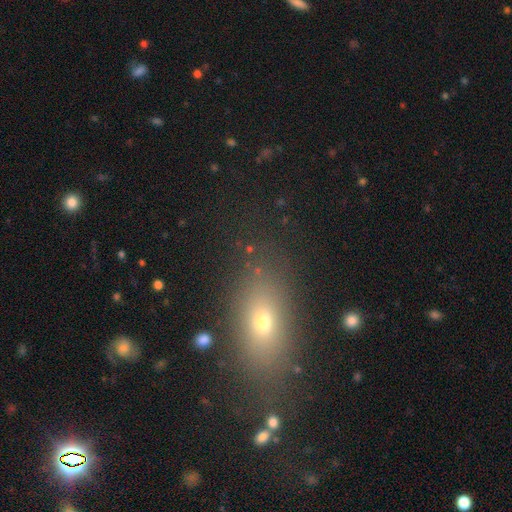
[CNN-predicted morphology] Smooth or featured? smooth (63%)
How rounded? in between (71%)
Merging? none (83%)